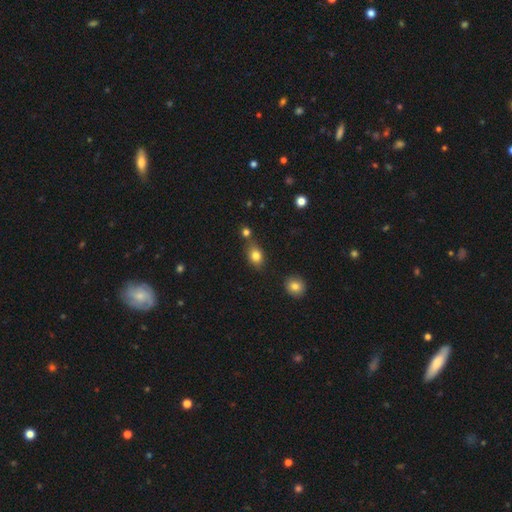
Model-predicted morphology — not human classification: smooth-or-featured: smooth: 81% | star or artifact: 10% | featured or disk: 8%
  how-rounded: in between: 64% | round: 34% | cigar-shaped: 2%
  merging: none: 65% | merger: 16% | minor disturbance: 15% | major disturbance: 4%